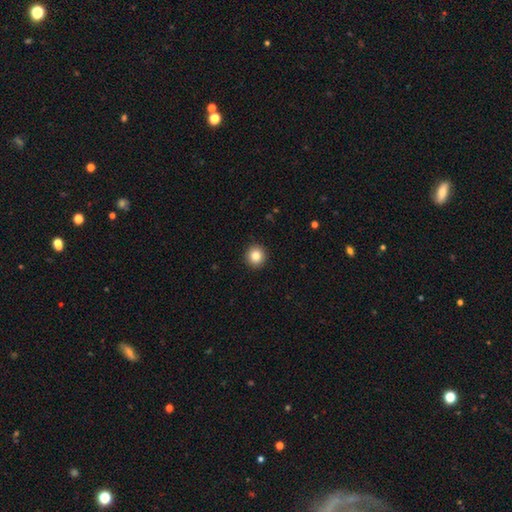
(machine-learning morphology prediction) This appears to be a smooth galaxy with no disk features (84%) that is round (94%). Merging: none (93%).